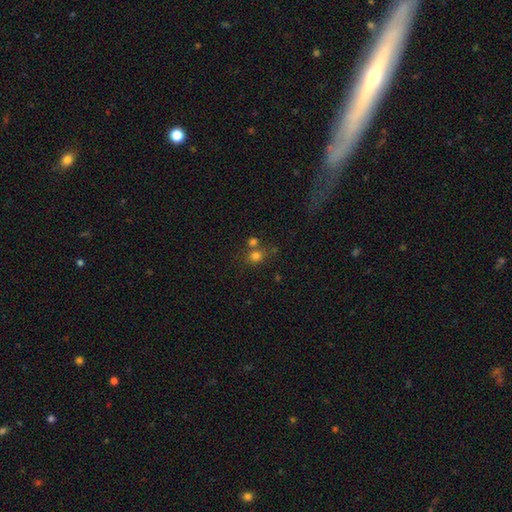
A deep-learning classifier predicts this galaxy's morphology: This appears to be a smooth galaxy with no disk features (75%) that is round (78%). Merging: none (56%).